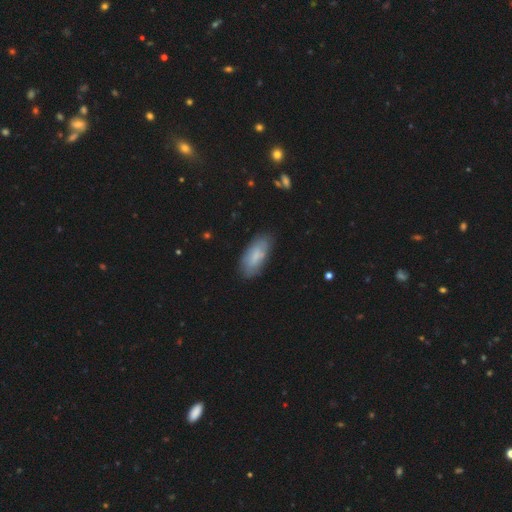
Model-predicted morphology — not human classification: Smooth or featured? Predicted: smooth (p=0.74). How rounded? Predicted: in between (p=0.83). Merging? Predicted: none (p=0.77).